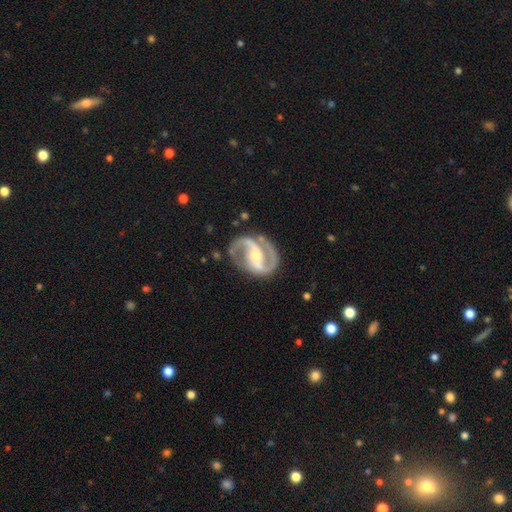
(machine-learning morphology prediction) A featured or disk galaxy (92%) with a strong bar (50%), 2 (94%) medium (61%) spiral arms (97%) and a moderate central bulge (55%).

Vote fractions:
- Smooth or featured? featured or disk: 92% / smooth: 4% / star or artifact: 4%
- Edge-on disk? no: 98% / yes: 2%
- Bar? strong: 50% / weak: 32% / no: 19%
- Spiral arms? yes: 97% / no: 3%
- Spiral winding? medium: 61% / tight: 20% / loose: 19%
- Spiral arm count? 2: 94% / 1: 2% / can't tell: 2% / 3: 1% / 4: 1% / more than 4: 1%
- Bulge size? moderate: 55% / small: 39% / large: 3% / none: 2% / dominant: 1%
- Merging? none: 82% / minor disturbance: 12% / major disturbance: 5% / merger: 2%